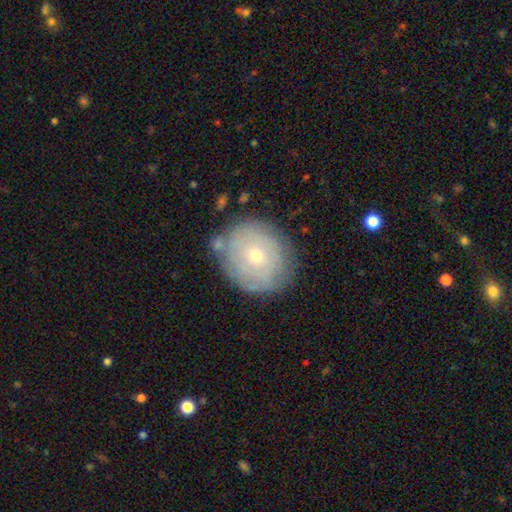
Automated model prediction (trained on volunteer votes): Smooth or featured? Predicted: featured or disk (p=0.49). Merging? Predicted: none (p=0.75).